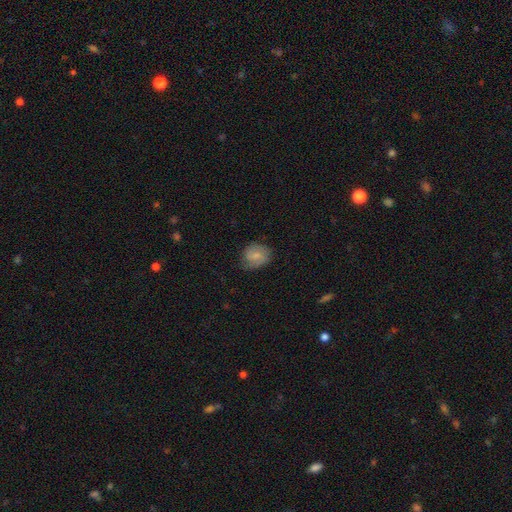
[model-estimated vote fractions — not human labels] The model was most divided on "smooth or featured": smooth: 62%, featured or disk: 31%, star or artifact: 7%. More confident: how rounded — round (66%); merging — none (64%).